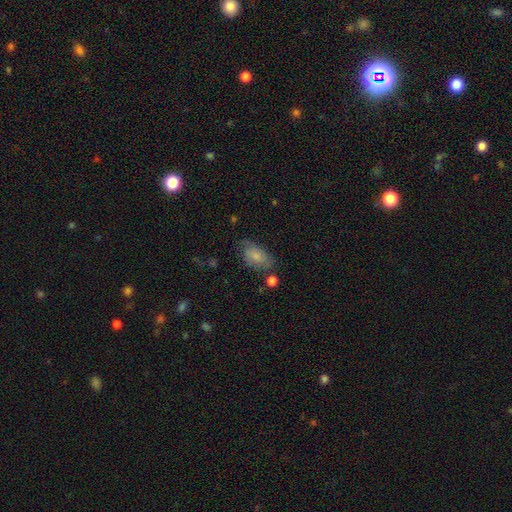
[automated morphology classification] type=smooth (72%); roundness=in between (90%); merging=none (54%).